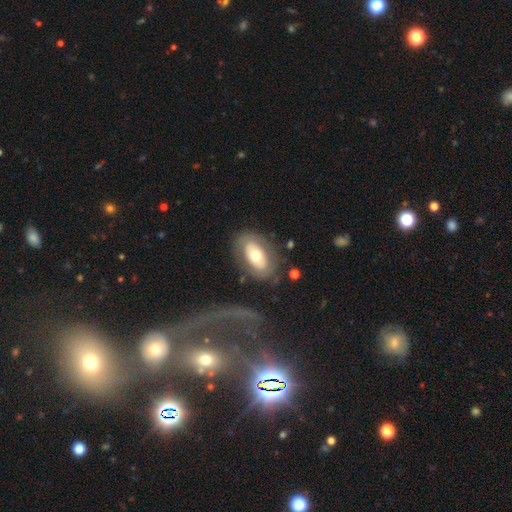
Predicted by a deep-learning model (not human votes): This appears to be a smooth galaxy with no disk features (50%) that is in between round and cigar-shaped (89%). Merging: none (75%).